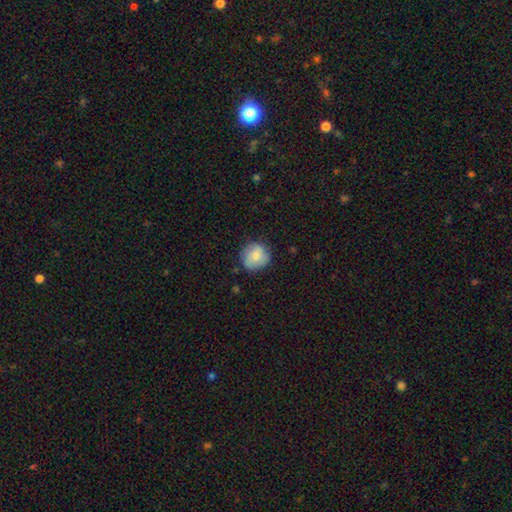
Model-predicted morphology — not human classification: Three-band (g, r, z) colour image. It shows a smooth galaxy with no disk features (74%) that is round (88%). Merging: none (76%).